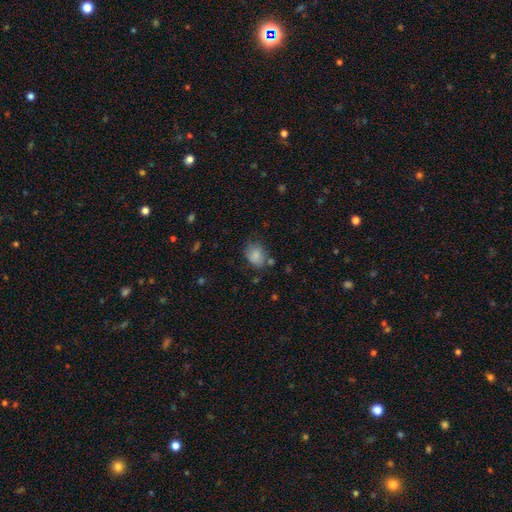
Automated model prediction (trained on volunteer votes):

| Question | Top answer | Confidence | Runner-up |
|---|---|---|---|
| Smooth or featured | smooth | 83% | star or artifact (9%) |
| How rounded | in between | 60% | round (39%) |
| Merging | none | 62% | minor disturbance (24%) |